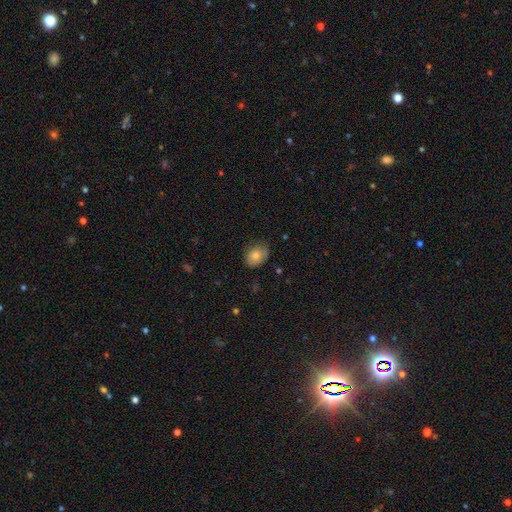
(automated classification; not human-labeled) This is likely a smooth galaxy (77%). How rounded: possibly in between (59%). Merging: likely none (66%).